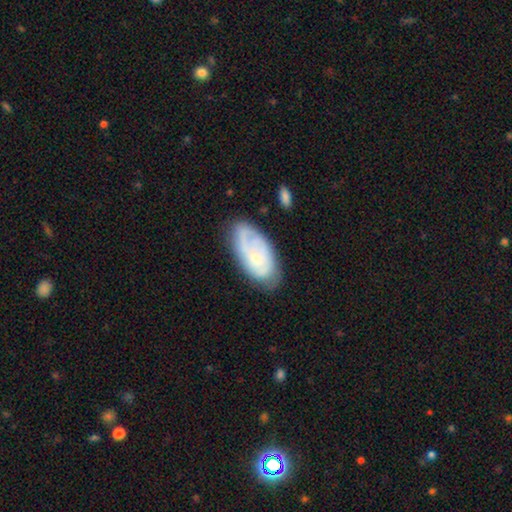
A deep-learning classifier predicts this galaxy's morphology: Smooth or featured: featured or disk — 57% (smooth — 36%)
Edge-on disk: no — 93% (yes — 7%)
Bar: no — 79% (weak — 18%)
Spiral arms: yes — 76% (no — 24%)
Bulge size: small — 74% (moderate — 20%)
Merging: none — 66% (minor disturbance — 24%)